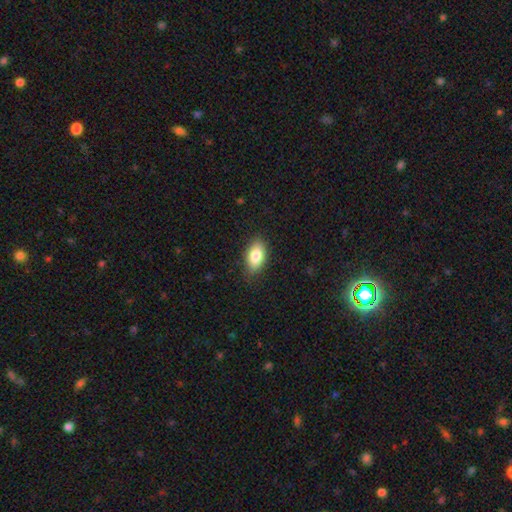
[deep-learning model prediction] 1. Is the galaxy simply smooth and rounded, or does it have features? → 84% smooth, 9% featured or disk, 7% star or artifact.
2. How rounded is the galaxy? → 91% in between, 5% round, 3% cigar-shaped.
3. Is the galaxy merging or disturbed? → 84% none, 13% minor disturbance, 3% major disturbance, 1% merger.